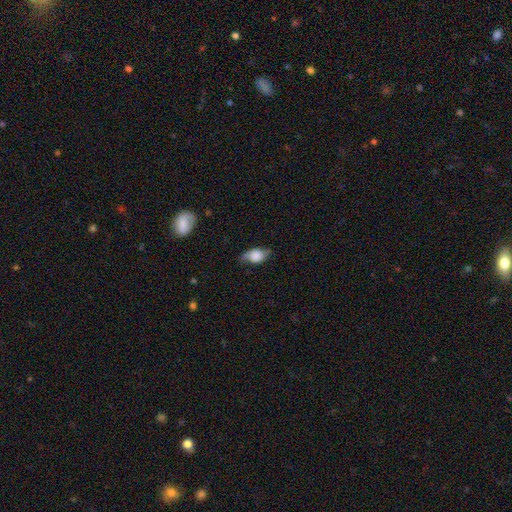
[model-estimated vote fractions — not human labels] The model was most divided on "merging": none: 51%, minor disturbance: 33%, major disturbance: 13%, merger: 2%. More confident: how rounded — in between (77%); smooth or featured — smooth (61%).